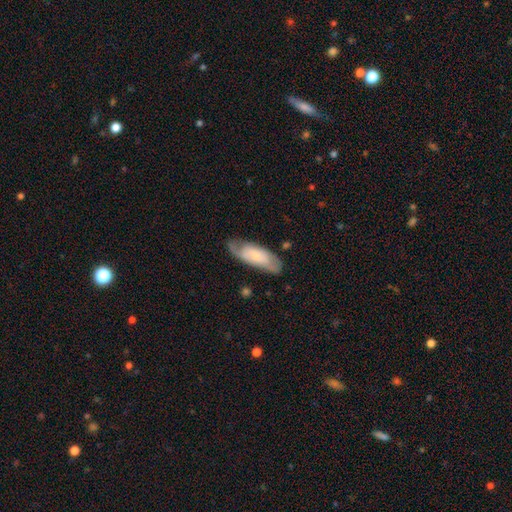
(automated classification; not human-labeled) This is possibly a smooth galaxy (47%). Merging: likely none (65%).